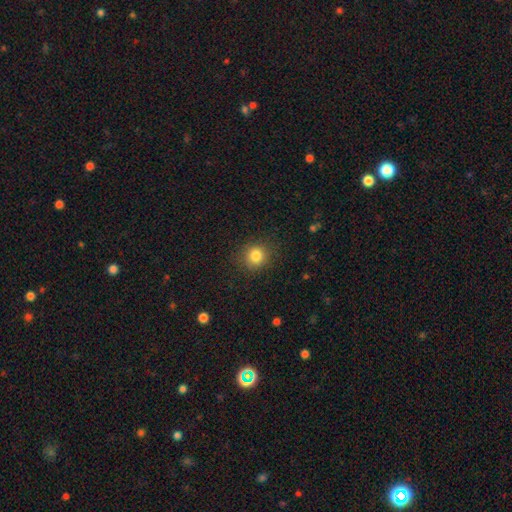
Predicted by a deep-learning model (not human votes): Q: Smooth or featured?
A: smooth (83%); runner-up: star or artifact (12%)
Q: How rounded?
A: round (87%); runner-up: in between (12%)
Q: Merging?
A: none (88%); runner-up: minor disturbance (8%)